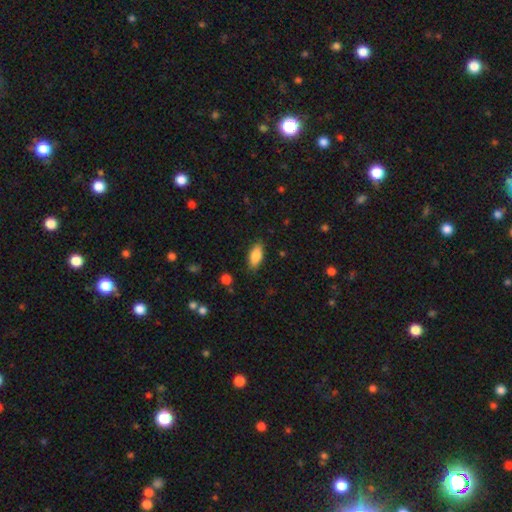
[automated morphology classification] Smooth or featured: smooth — 86% (featured or disk — 7%)
How rounded: in between — 87% (cigar-shaped — 11%)
Merging: none — 86% (minor disturbance — 11%)